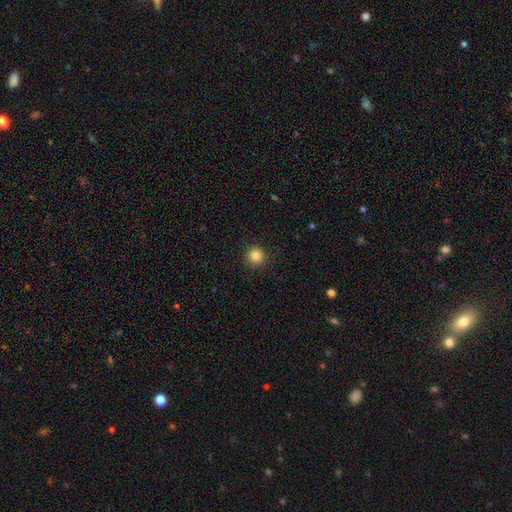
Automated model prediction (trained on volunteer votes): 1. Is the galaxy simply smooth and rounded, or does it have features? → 84% smooth, 11% star or artifact, 5% featured or disk.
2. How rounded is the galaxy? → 95% round, 4% in between, 1% cigar-shaped.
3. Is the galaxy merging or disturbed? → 92% none, 6% minor disturbance, 2% major disturbance, 1% merger.